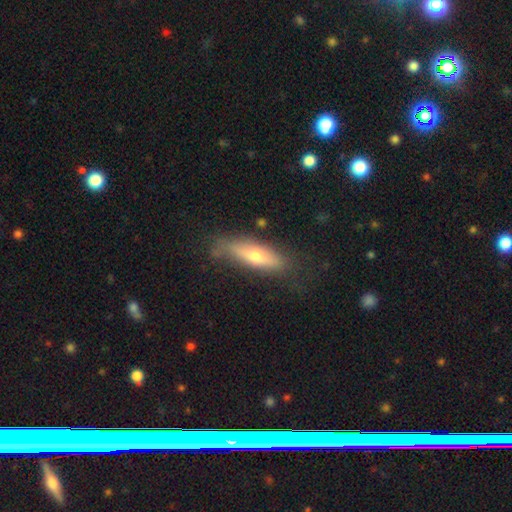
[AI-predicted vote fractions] Smooth or featured: smooth — 53% (featured or disk — 40%)
How rounded: cigar-shaped — 62% (in between — 36%)
Merging: none — 66% (minor disturbance — 24%)